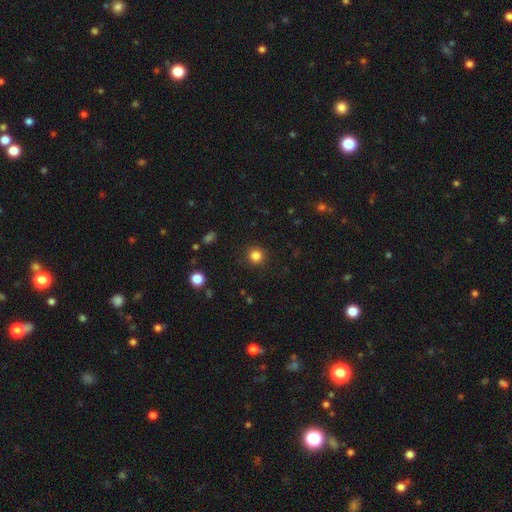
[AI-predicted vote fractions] Q: Smooth or featured?
A: smooth (83%); runner-up: star or artifact (13%)
Q: How rounded?
A: round (94%); runner-up: in between (5%)
Q: Merging?
A: none (91%); runner-up: minor disturbance (6%)